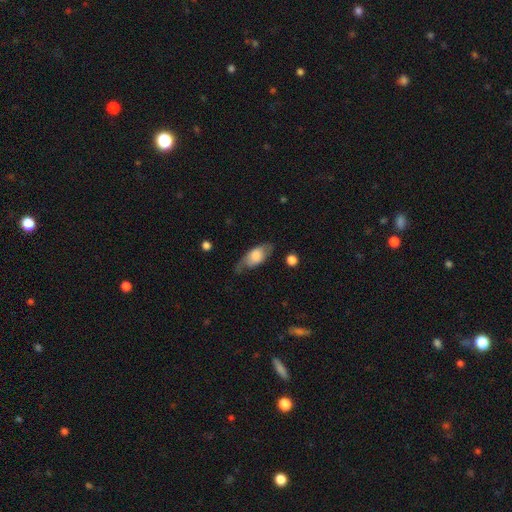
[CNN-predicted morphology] Smooth or featured: smooth — 59% (featured or disk — 34%)
How rounded: in between — 85% (cigar-shaped — 11%)
Merging: none — 58% (minor disturbance — 28%)